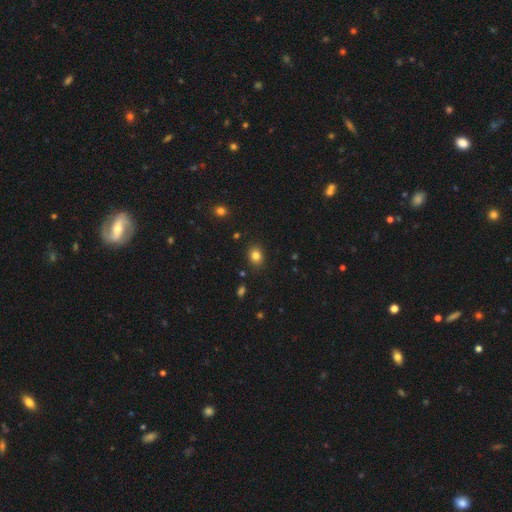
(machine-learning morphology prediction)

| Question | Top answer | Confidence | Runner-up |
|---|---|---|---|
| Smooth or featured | smooth | 82% | star or artifact (12%) |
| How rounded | round | 59% | in between (41%) |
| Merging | none | 87% | minor disturbance (9%) |